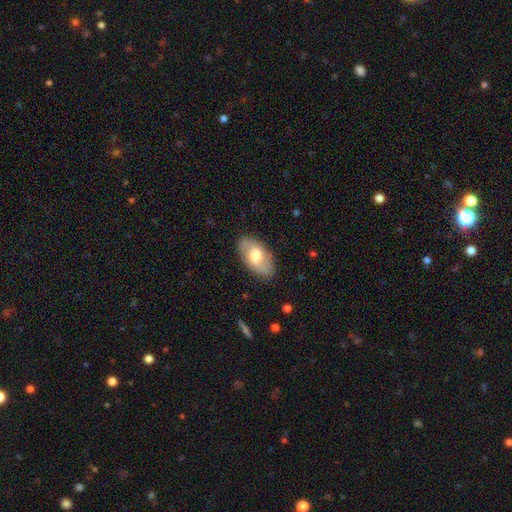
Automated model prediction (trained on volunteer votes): Smooth or featured: smooth — 60% (featured or disk — 34%)
How rounded: in between — 94% (round — 4%)
Merging: none — 83% (minor disturbance — 12%)